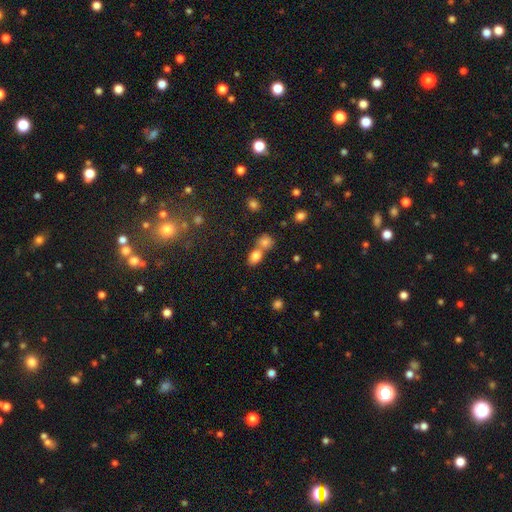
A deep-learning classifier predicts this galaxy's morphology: The model was most divided on "merging": merger: 51%, none: 39%, minor disturbance: 7%, major disturbance: 3%. More confident: smooth or featured — smooth (80%); how rounded — in between (72%).